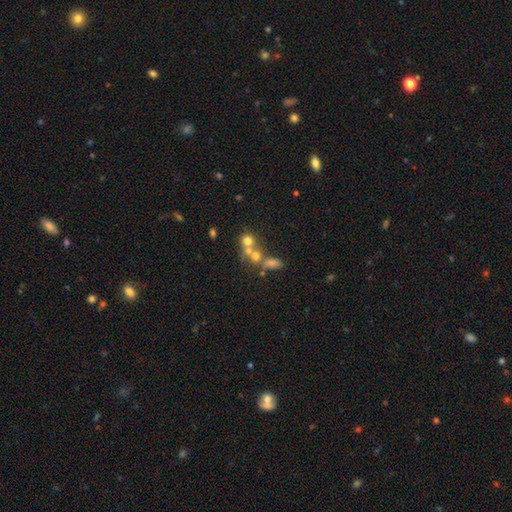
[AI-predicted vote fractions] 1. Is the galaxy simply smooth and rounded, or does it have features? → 52% smooth, 26% featured or disk, 22% star or artifact.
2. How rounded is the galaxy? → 67% round, 30% in between, 3% cigar-shaped.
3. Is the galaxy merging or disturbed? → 53% merger, 33% none, 7% minor disturbance, 7% major disturbance.